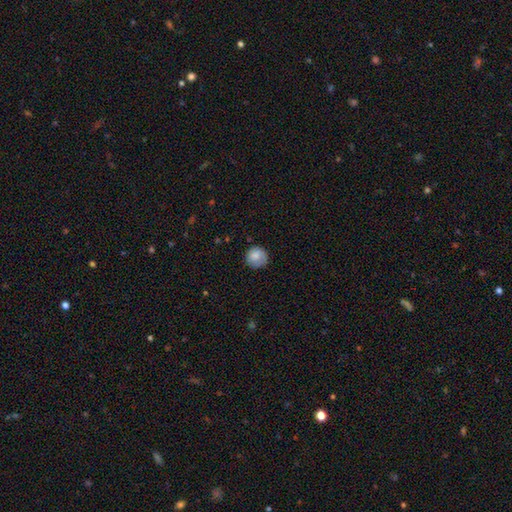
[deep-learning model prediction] smooth 81%, featured or disk 12%, star or artifact 7%. Down the decision tree: how rounded — round (90%); merging — none (73%).